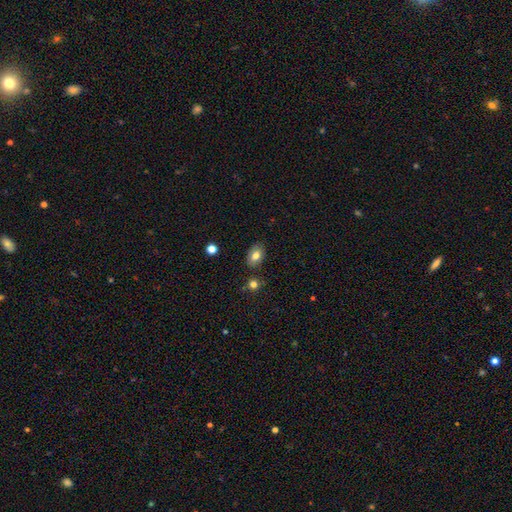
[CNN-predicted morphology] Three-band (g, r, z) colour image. It shows a smooth galaxy with no disk features (77%) that is in between round and cigar-shaped (85%). Merging: none (82%).